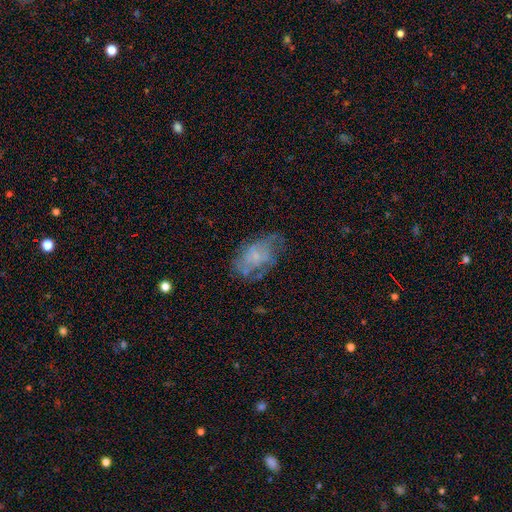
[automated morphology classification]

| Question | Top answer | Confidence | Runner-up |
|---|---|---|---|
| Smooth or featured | featured or disk | 55% | smooth (36%) |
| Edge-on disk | no | 96% | yes (4%) |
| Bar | no | 80% | weak (17%) |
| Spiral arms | yes | 53% | no (47%) |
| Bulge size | small | 54% | none (26%) |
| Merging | none | 50% | minor disturbance (27%) |